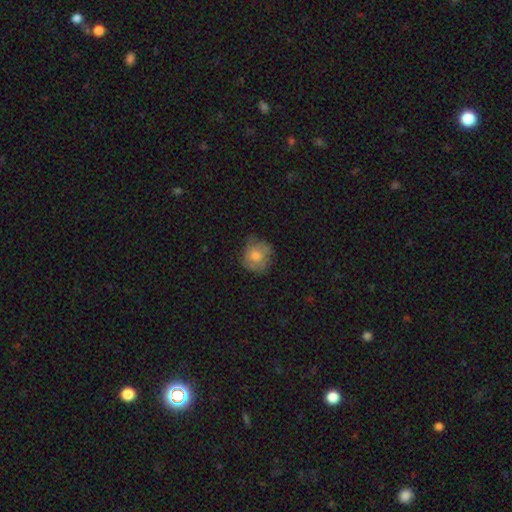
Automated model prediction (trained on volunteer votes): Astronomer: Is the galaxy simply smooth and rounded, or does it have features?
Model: smooth — 66%.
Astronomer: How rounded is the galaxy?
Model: round — 78%.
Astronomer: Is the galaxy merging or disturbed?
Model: none — 64%.